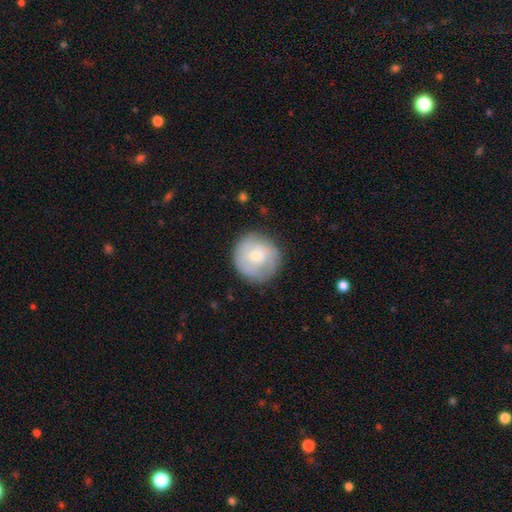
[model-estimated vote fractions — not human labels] Smooth or featured? Predicted: smooth (p=0.57). How rounded? Predicted: round (p=0.92). Merging? Predicted: none (p=0.78).